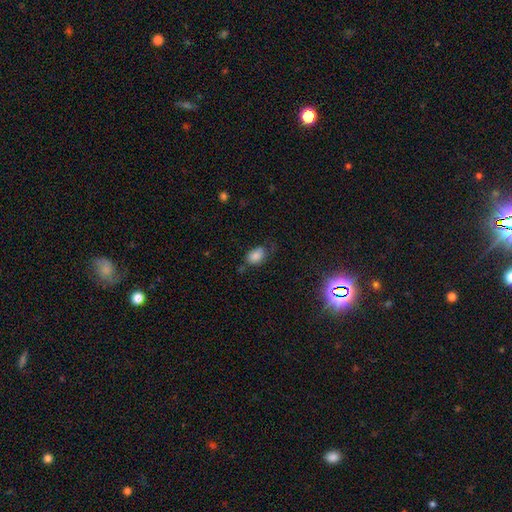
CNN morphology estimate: Smooth or featured?
  - smooth: 80% *
  - star or artifact: 11%
  - featured or disk: 9%
How rounded?
  - in between: 81% *
  - round: 18%
  - cigar-shaped: 1%
Merging?
  - none: 52% *
  - minor disturbance: 31%
  - major disturbance: 12%
  - merger: 5%